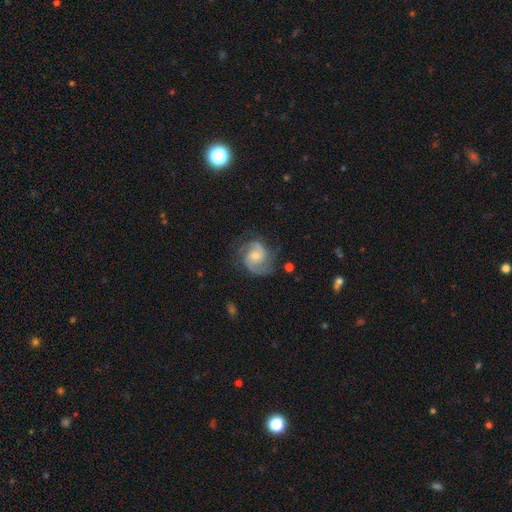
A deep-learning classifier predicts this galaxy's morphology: This is clearly a featured or disk galaxy (85%). It is clearly not viewed edge-on (98%). Bar: possibly no (52%). Spiral arm pattern: clearly yes (97%). Spiral arm count: clearly 2 (86%). Spiral winding: possibly medium (53%). Central bulge: possibly small (46%). Merging: likely none (72%).